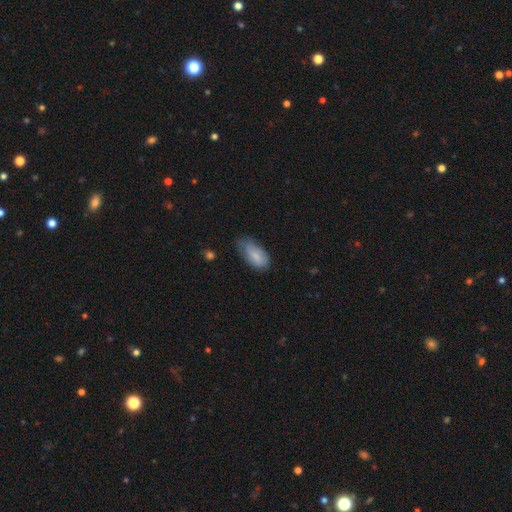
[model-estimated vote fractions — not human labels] A smooth galaxy with no disk features (81%) that is in between round and cigar-shaped (92%). Merging: none (46%).